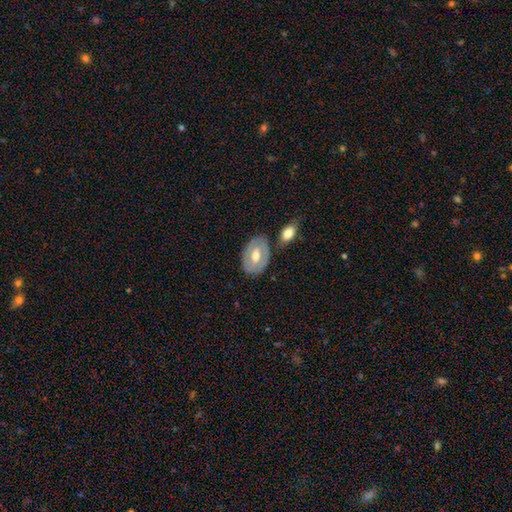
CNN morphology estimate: smooth_or_featured: featured or disk (p=0.51) [alt: smooth p=0.43]
disk_edge_on: no (p=0.91) [alt: yes p=0.09]
merging: none (p=0.72) [alt: minor disturbance p=0.15]